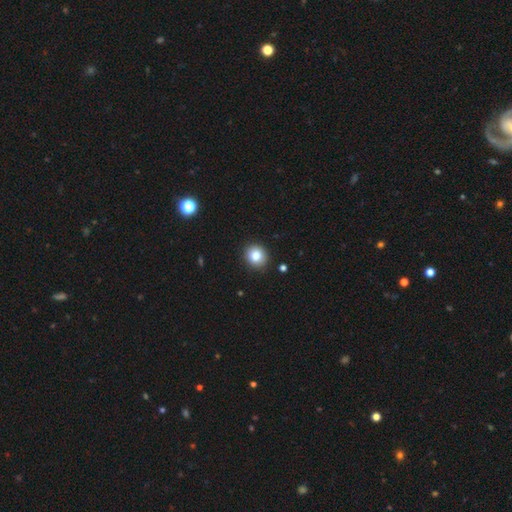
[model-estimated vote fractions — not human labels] Morphology: type=smooth (82%); roundness=round (87%); merging=none (91%).